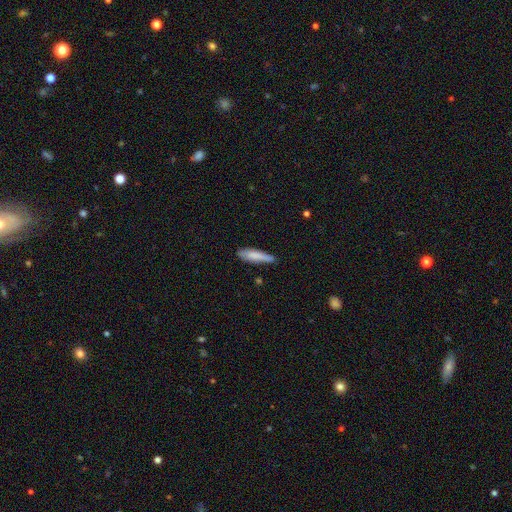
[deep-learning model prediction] Smooth or featured? Predicted: smooth (p=0.78). How rounded? Predicted: cigar-shaped (p=0.77). Merging? Predicted: none (p=0.66).